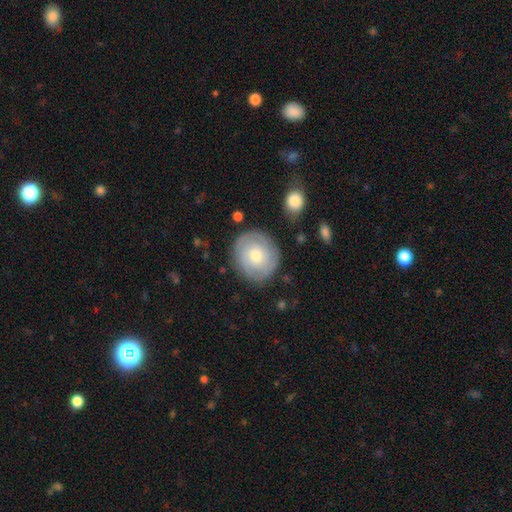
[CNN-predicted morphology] Overall: featured or disk (50%; smooth 44%). Edge-on disk: no (97%). Merging: none (82%).